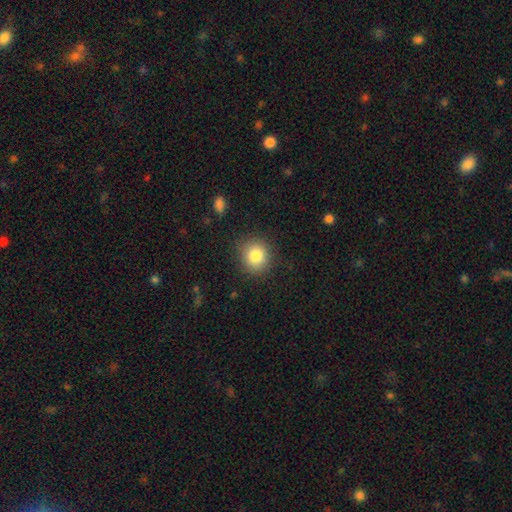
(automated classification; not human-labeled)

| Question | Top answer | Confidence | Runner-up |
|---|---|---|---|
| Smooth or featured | smooth | 84% | star or artifact (10%) |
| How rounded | round | 82% | in between (17%) |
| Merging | none | 86% | minor disturbance (10%) |